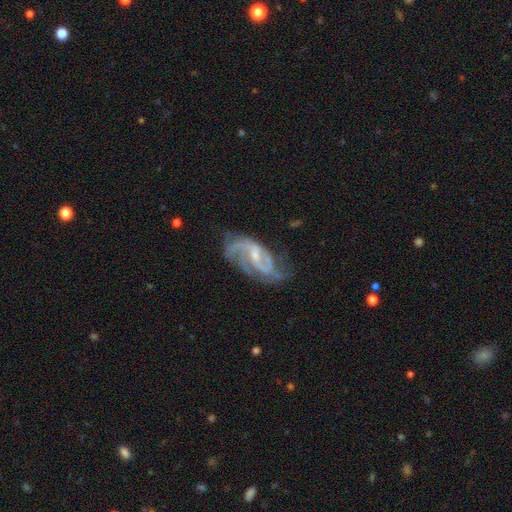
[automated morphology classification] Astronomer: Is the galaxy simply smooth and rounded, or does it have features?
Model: featured or disk — 87%.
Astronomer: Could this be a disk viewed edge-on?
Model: no — 96%.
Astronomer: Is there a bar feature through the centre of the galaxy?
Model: weak — 55%.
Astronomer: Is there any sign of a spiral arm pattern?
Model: yes — 96%.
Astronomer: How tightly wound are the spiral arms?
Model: medium — 49% (runner-up: loose, 32%).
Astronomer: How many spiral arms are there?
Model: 2 — 62%.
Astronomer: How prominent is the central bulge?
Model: small — 60%.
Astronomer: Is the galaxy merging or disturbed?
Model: none — 56%.